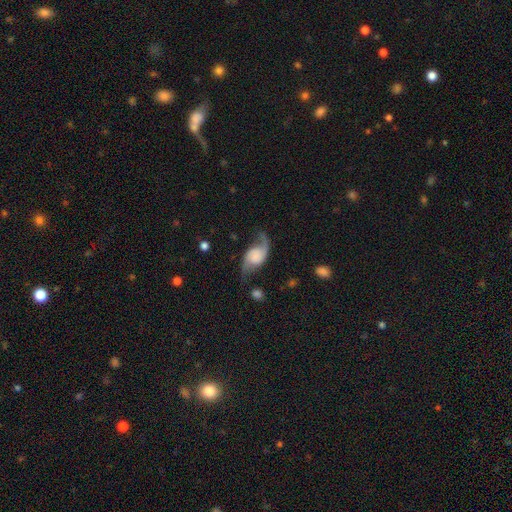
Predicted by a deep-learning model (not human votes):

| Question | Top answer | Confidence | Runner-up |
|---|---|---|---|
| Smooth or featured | featured or disk | 82% | smooth (12%) |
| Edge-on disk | no | 97% | yes (3%) |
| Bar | no | 66% | weak (27%) |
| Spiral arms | yes | 96% | no (4%) |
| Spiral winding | loose | 76% | medium (19%) |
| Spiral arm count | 2 | 91% | 1 (4%) |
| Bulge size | none | 43% | large (21%) |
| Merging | none | 63% | minor disturbance (21%) |